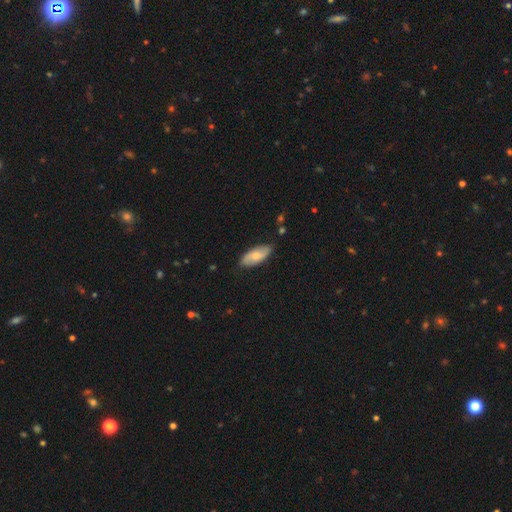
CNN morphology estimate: Smooth or featured?
  - smooth: 59% *
  - featured or disk: 35%
  - star or artifact: 6%
How rounded?
  - in between: 87% *
  - cigar-shaped: 11%
  - round: 2%
Merging?
  - none: 81% *
  - minor disturbance: 15%
  - major disturbance: 2%
  - merger: 1%